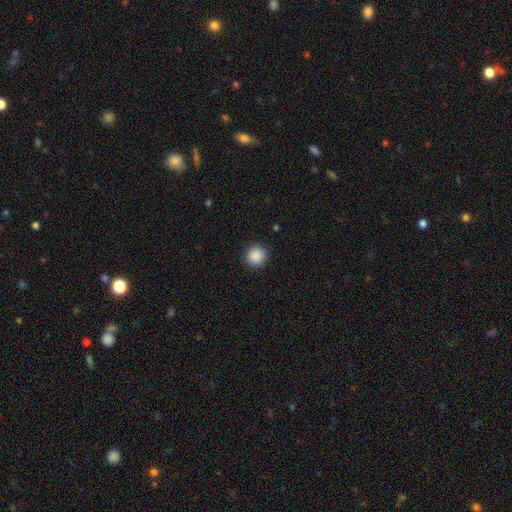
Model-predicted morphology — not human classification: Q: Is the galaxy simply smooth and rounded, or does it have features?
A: smooth — 89%.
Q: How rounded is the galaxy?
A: round — 95%.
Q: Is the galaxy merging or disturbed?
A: none — 92%.